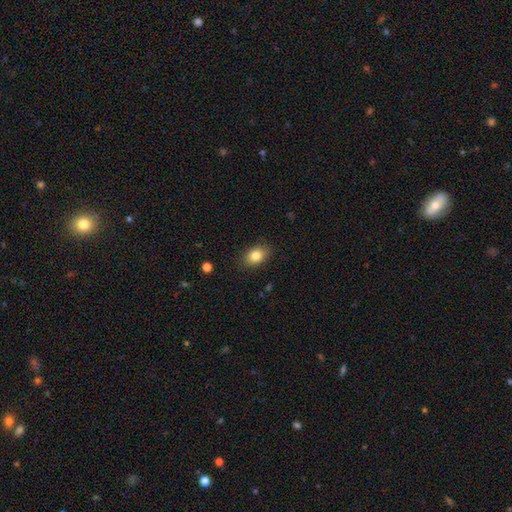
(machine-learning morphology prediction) Smooth or featured? smooth (83%)
How rounded? in between (74%)
Merging? none (86%)